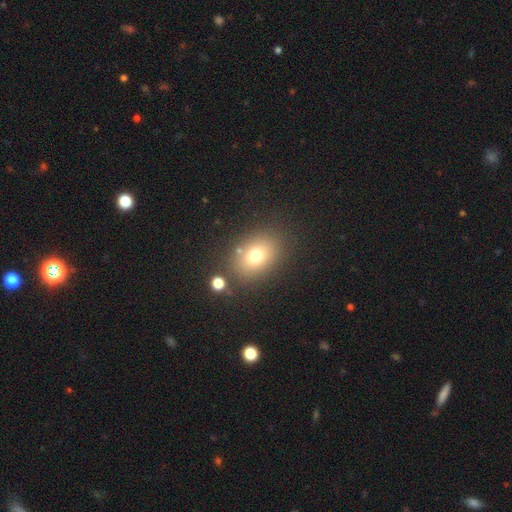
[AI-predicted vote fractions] Smooth or featured: smooth — 74% (star or artifact — 14%)
How rounded: in between — 65% (round — 34%)
Merging: none — 79% (minor disturbance — 11%)